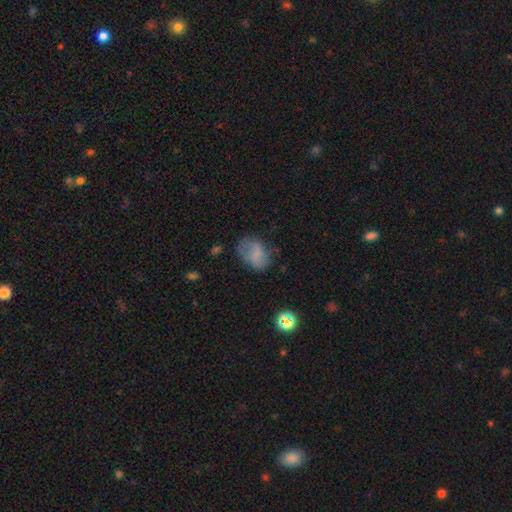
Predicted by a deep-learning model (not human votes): Smooth or featured?
  - smooth: 66% *
  - featured or disk: 22%
  - star or artifact: 12%
How rounded?
  - in between: 73% *
  - round: 26%
  - cigar-shaped: 1%
Merging?
  - none: 52% *
  - minor disturbance: 29%
  - major disturbance: 17%
  - merger: 3%